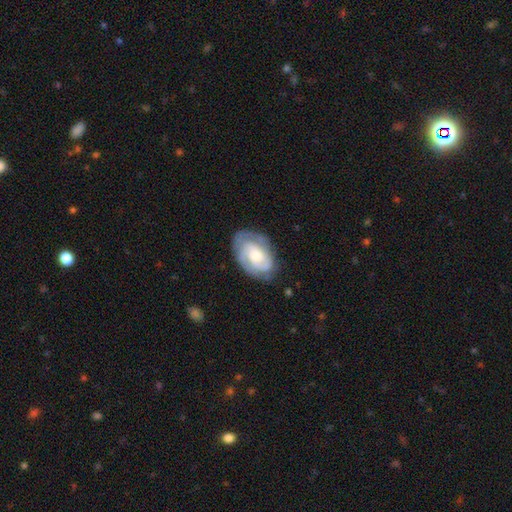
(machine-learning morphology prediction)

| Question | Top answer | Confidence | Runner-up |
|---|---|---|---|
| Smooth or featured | featured or disk | 76% | smooth (18%) |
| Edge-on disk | no | 97% | yes (3%) |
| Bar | no | 64% | weak (30%) |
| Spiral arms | yes | 93% | no (7%) |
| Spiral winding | tight | 55% | medium (35%) |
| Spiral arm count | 2 | 43% | can't tell (25%) |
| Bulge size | moderate | 53% | small (34%) |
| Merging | none | 69% | minor disturbance (21%) |